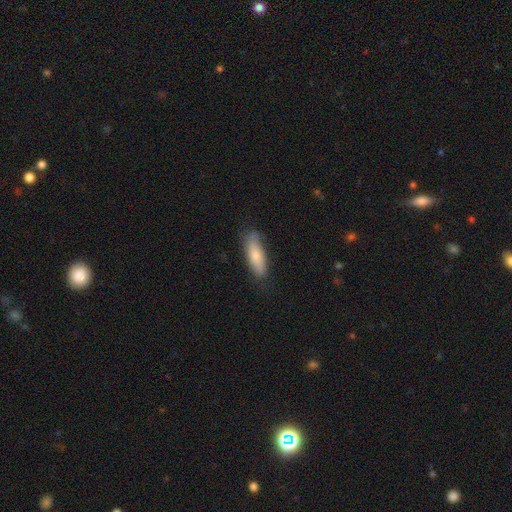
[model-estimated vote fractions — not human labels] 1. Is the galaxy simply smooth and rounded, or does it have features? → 76% smooth, 18% featured or disk, 6% star or artifact.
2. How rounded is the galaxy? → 58% in between, 40% cigar-shaped, 2% round.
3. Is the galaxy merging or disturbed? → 72% none, 22% minor disturbance, 4% major disturbance, 1% merger.